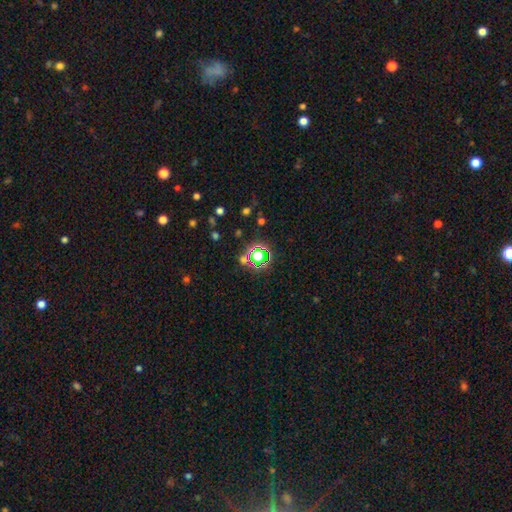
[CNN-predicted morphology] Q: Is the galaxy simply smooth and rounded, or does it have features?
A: star or artifact — 54%.